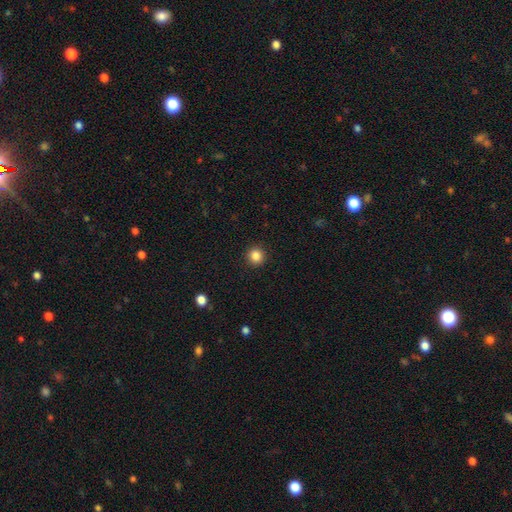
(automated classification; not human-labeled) Smooth or featured?
  - smooth: 86% *
  - star or artifact: 11%
  - featured or disk: 4%
How rounded?
  - round: 94% *
  - in between: 6%
  - cigar-shaped: 1%
Merging?
  - none: 93% *
  - minor disturbance: 5%
  - major disturbance: 2%
  - merger: 1%